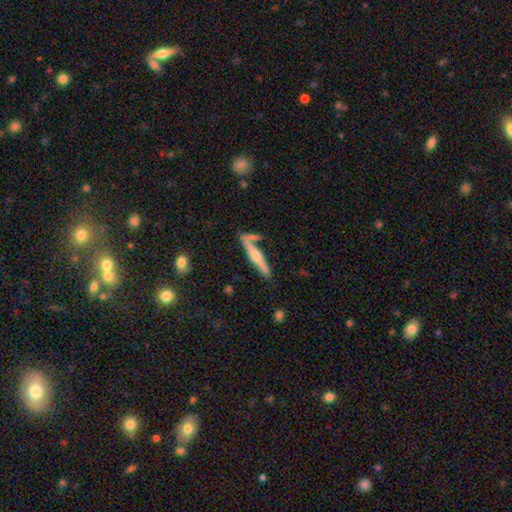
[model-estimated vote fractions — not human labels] featured or disk 65%, smooth 29%, star or artifact 6%. Down the decision tree: edge-on disk — yes (94%); edge-on bulge — rounded (83%); merging — none (68%).